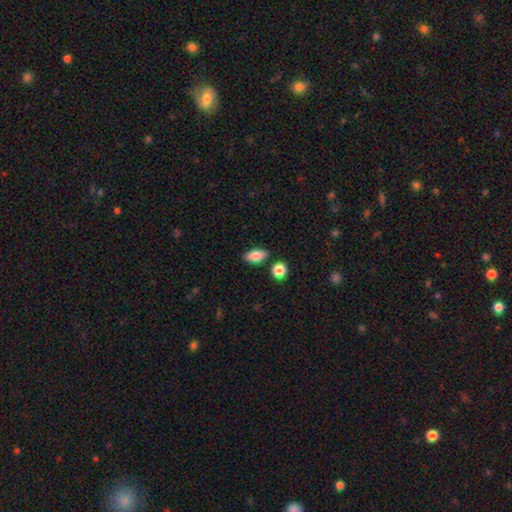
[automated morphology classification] type=smooth (82%); roundness=in between (86%); merging=none (83%).